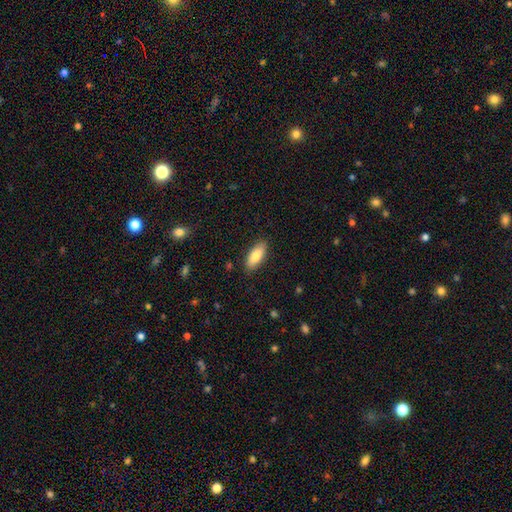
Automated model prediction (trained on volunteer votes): Smooth or featured: smooth — 81% (featured or disk — 13%)
How rounded: in between — 79% (cigar-shaped — 19%)
Merging: none — 87% (minor disturbance — 10%)